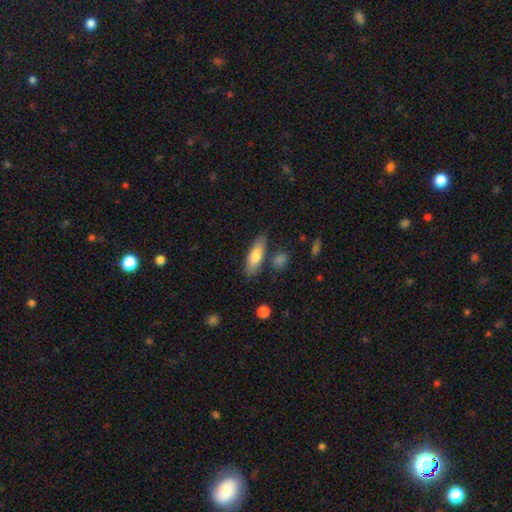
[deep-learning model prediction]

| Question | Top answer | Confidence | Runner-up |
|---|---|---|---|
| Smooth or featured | smooth | 74% | featured or disk (20%) |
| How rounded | in between | 55% | cigar-shaped (42%) |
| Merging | none | 75% | minor disturbance (14%) |